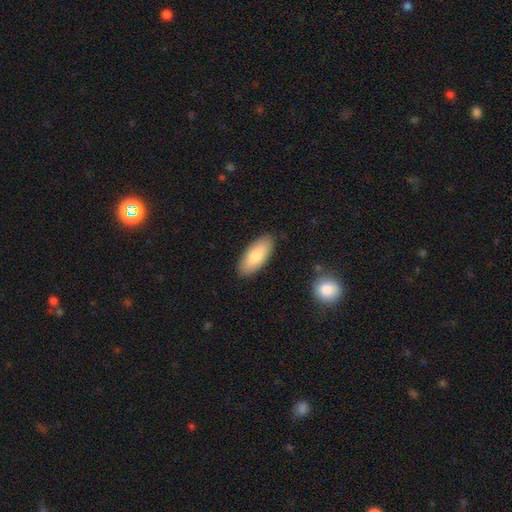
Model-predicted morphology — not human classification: smooth-or-featured: smooth: 78% | featured or disk: 16% | star or artifact: 6%
  how-rounded: in between: 86% | cigar-shaped: 12% | round: 2%
  merging: none: 87% | minor disturbance: 10% | major disturbance: 2% | merger: 1%